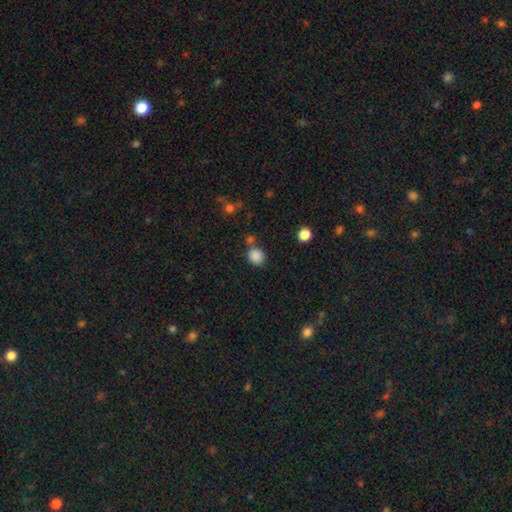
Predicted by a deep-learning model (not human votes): Overall: smooth (86%). How rounded: round (75%). Merging: none (74%).